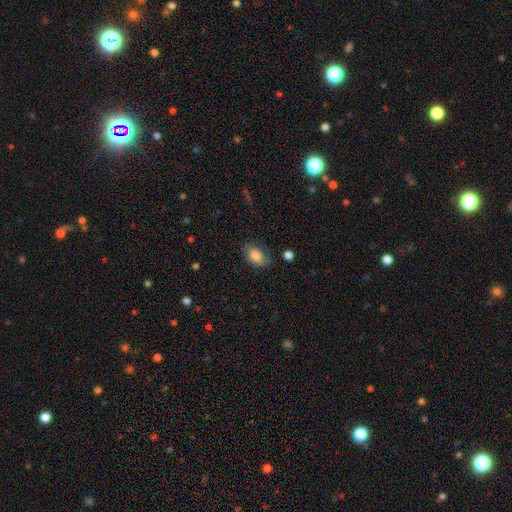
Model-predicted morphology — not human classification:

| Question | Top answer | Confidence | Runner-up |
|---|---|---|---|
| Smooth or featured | smooth | 81% | featured or disk (12%) |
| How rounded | in between | 85% | round (14%) |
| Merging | none | 68% | minor disturbance (23%) |